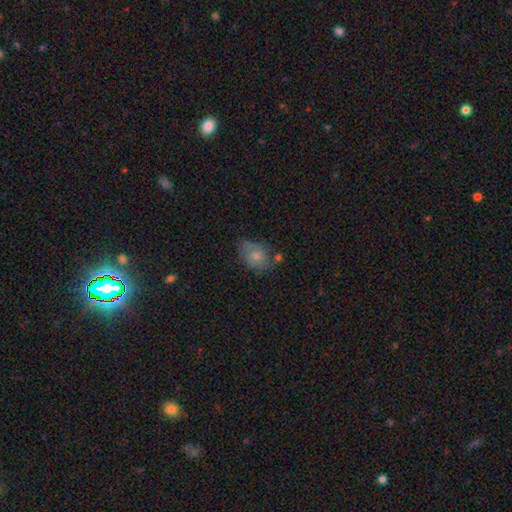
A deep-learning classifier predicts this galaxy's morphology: This is possibly a smooth galaxy (58%). How rounded: possibly in between (57%). Merging: possibly none (51%).